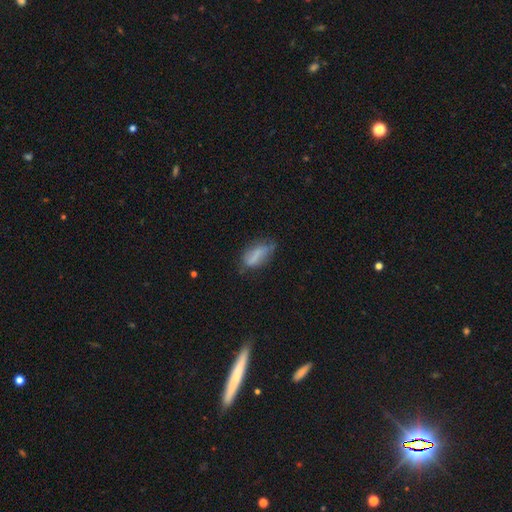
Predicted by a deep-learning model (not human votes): smooth 69%, featured or disk 22%, star or artifact 9%. Down the decision tree: how rounded — in between (75%); merging — none (48%).